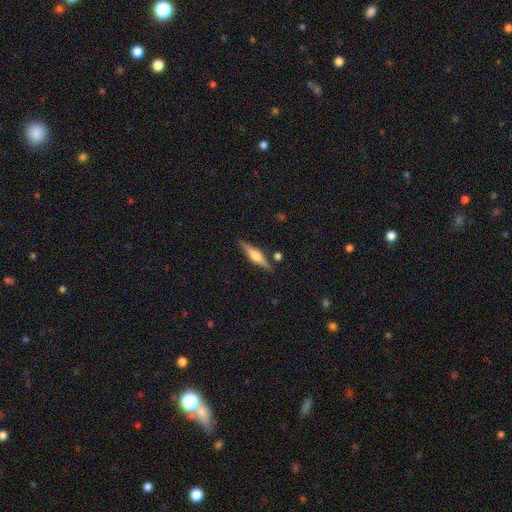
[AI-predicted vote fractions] A featured or disk galaxy (69%) viewed edge-on (97%) with a rounded central bulge (86%). Merging: none (86%).